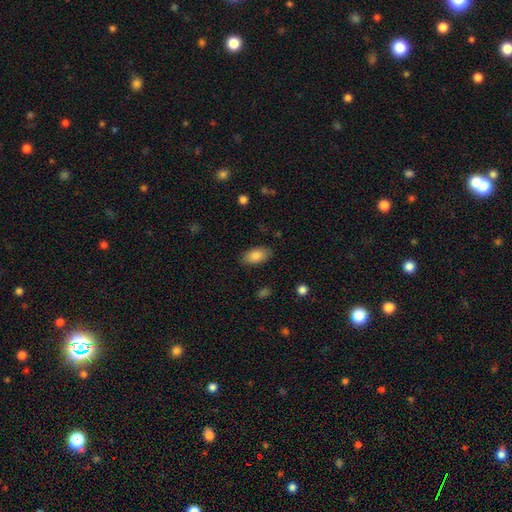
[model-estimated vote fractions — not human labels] A smooth galaxy with no disk features (85%) that is in between round and cigar-shaped (93%). Merging: none (85%).